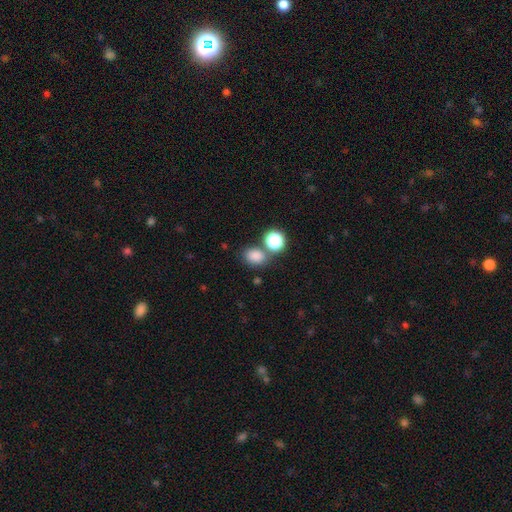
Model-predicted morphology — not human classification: Smooth or featured? smooth (81%)
How rounded? in between (57%)
Merging? none (66%)